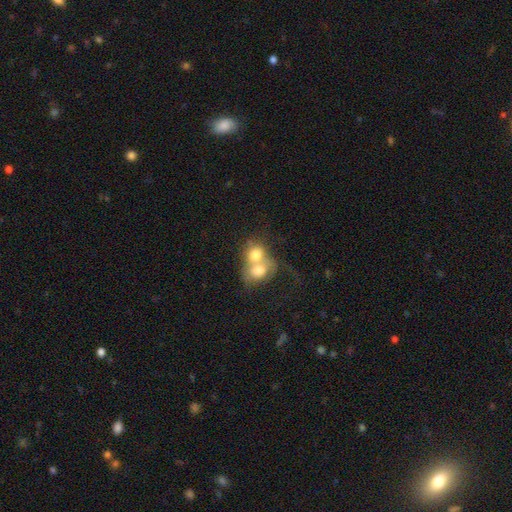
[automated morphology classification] This is likely a smooth galaxy (66%). How rounded: likely round (62%). Merging: likely merger (80%).